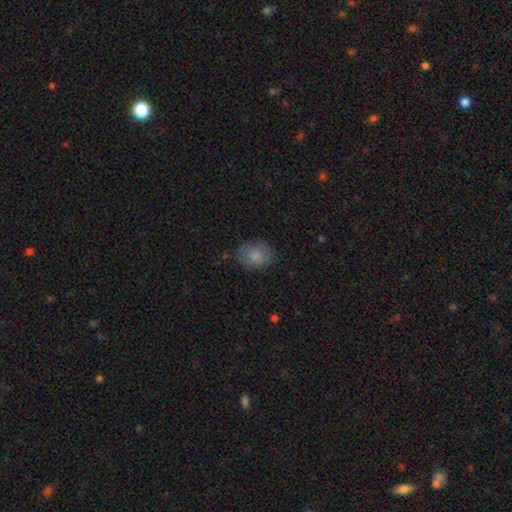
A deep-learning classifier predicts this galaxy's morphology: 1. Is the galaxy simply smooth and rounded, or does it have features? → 80% smooth, 12% featured or disk, 8% star or artifact.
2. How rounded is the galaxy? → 55% in between, 44% round, 1% cigar-shaped.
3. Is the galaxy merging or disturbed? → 72% none, 21% minor disturbance, 6% major disturbance, 1% merger.